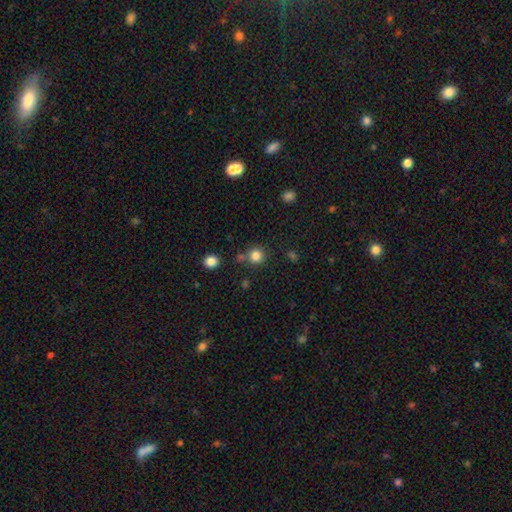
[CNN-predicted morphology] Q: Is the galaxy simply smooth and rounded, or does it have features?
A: smooth — 82%.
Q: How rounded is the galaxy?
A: round — 91%.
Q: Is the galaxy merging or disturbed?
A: none — 74%.